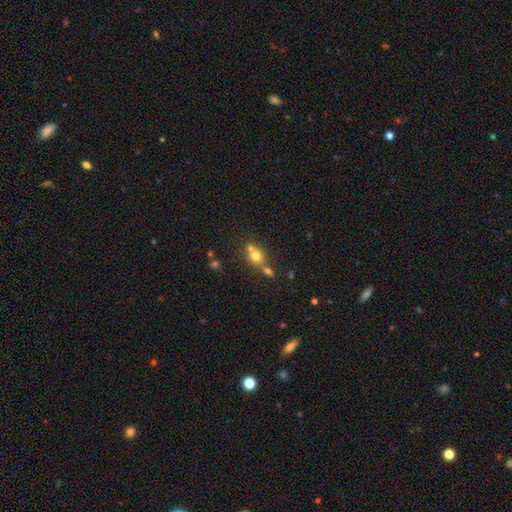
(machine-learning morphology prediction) This appears to be a smooth galaxy with no disk features (70%) that is round (74%). Merging: merger (45%).